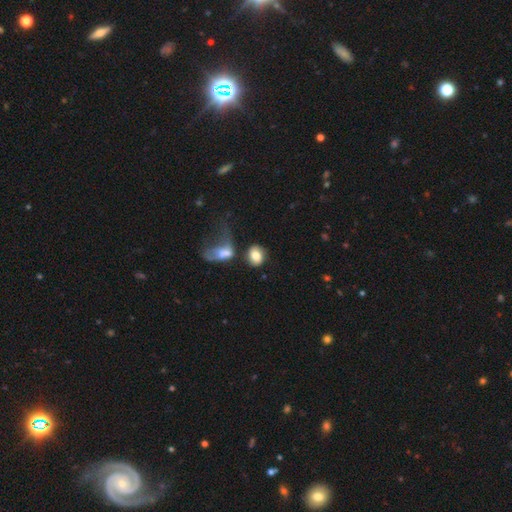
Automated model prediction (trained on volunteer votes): This is likely a smooth galaxy (77%). How rounded: possibly round (49%, tied with in between). Merging: possibly none (48%).